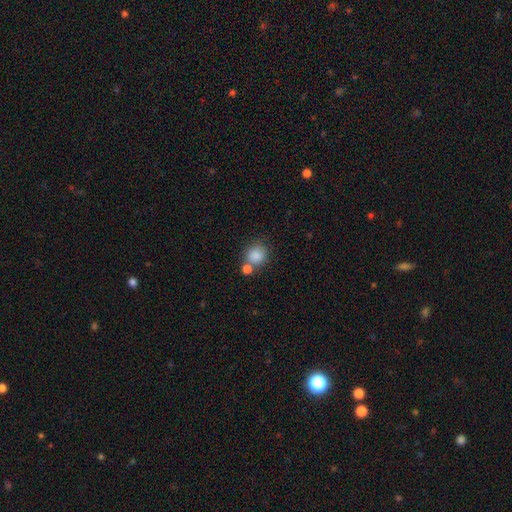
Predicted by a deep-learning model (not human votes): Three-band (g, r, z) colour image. It shows a smooth galaxy with no disk features (85%) that is round (83%). Merging: none (62%).